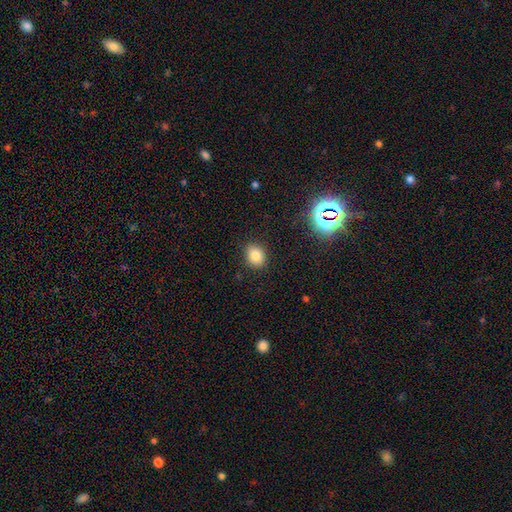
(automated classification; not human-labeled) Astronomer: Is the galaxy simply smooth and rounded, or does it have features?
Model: smooth — 82%.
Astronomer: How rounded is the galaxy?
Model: in between — 53% (runner-up: round, 46%).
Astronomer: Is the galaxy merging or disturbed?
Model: none — 88%.